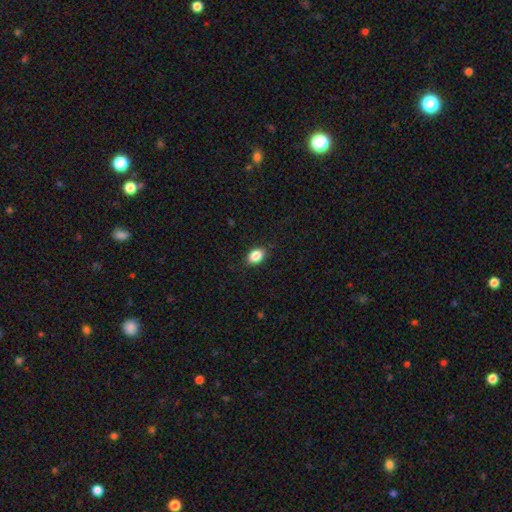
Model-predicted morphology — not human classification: Overall: smooth (87%). How rounded: in between (83%). Merging: none (87%).